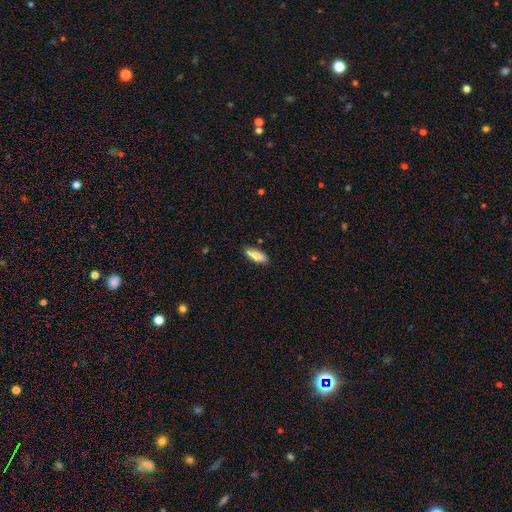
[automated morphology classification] A smooth galaxy with no disk features (85%) that is in between round and cigar-shaped (62%). Merging: none (86%).